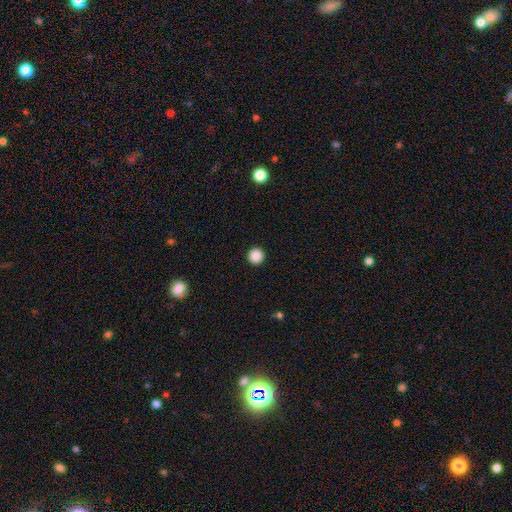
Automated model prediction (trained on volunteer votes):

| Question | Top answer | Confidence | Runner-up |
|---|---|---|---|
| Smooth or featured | smooth | 88% | star or artifact (10%) |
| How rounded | round | 96% | in between (3%) |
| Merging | none | 93% | minor disturbance (4%) |